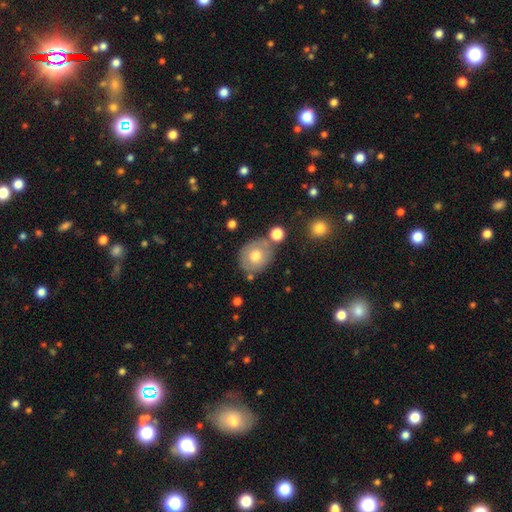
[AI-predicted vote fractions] Smooth or featured?
  - smooth: 64% *
  - featured or disk: 28%
  - star or artifact: 8%
How rounded?
  - round: 71% *
  - in between: 28%
  - cigar-shaped: 1%
Merging?
  - none: 67% *
  - minor disturbance: 16%
  - merger: 12%
  - major disturbance: 5%